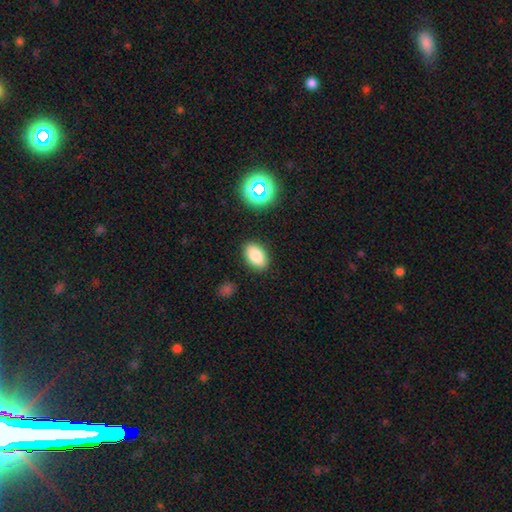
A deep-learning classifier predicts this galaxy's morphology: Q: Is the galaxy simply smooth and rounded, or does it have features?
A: smooth — 82%.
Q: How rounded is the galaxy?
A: in between — 89%.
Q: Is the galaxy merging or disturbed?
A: none — 87%.